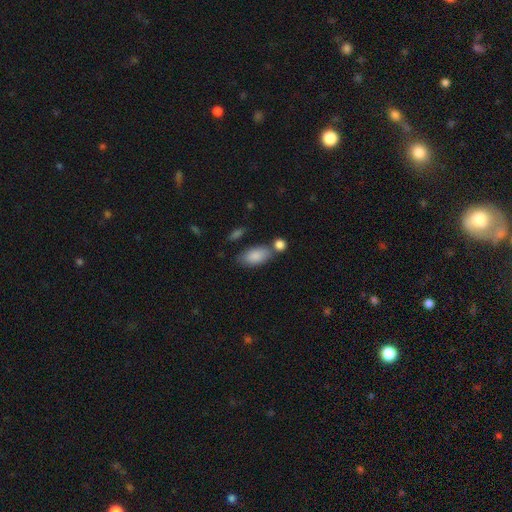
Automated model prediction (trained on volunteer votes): Smooth or featured: smooth — 87% (featured or disk — 7%)
How rounded: in between — 92% (cigar-shaped — 4%)
Merging: none — 59% (merger — 20%)